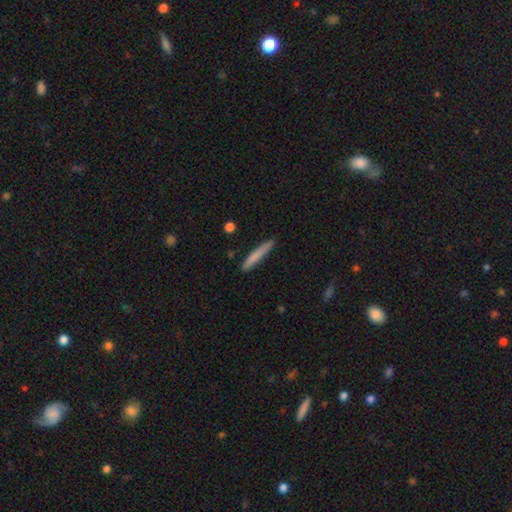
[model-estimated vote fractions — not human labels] The model was most divided on "smooth or featured": smooth: 75%, featured or disk: 19%, star or artifact: 6%. More confident: how rounded — cigar-shaped (95%); merging — none (86%).